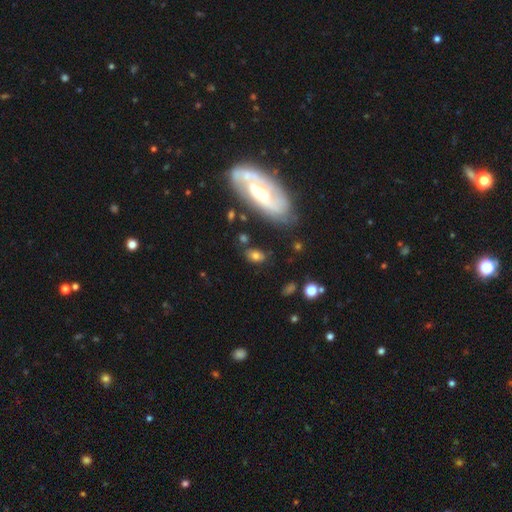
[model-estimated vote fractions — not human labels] Morphology: type=smooth (67%); roundness=in between (81%); merging=none (71%).